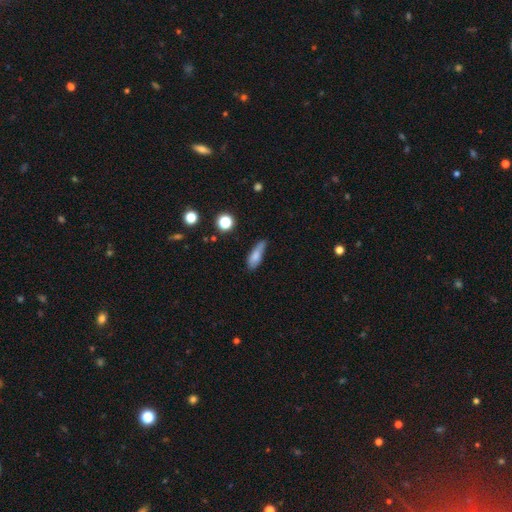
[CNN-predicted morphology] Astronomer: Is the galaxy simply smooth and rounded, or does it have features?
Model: smooth — 77%.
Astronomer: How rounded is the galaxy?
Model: in between — 53% (runner-up: cigar-shaped, 44%).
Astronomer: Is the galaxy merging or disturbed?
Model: none — 50% (runner-up: minor disturbance, 36%).